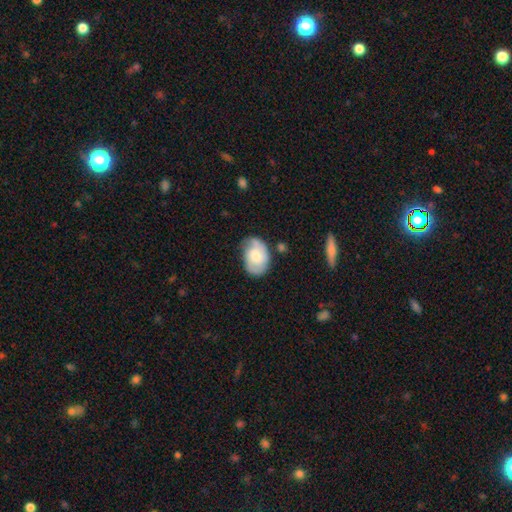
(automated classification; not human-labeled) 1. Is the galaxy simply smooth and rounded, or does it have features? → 51% featured or disk, 42% smooth, 7% star or artifact.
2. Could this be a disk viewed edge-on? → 96% no, 4% yes.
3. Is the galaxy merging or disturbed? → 62% none, 26% minor disturbance, 7% major disturbance, 4% merger.